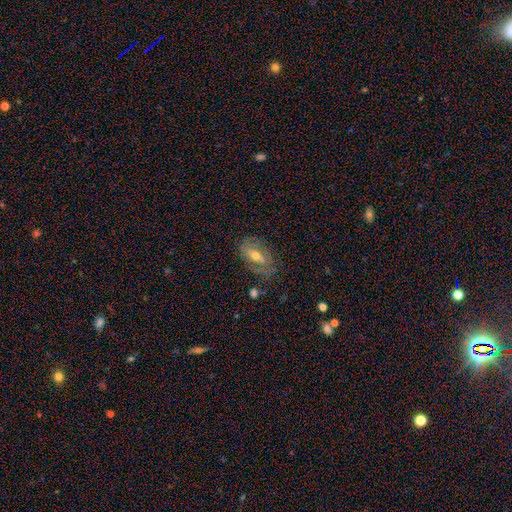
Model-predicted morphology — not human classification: This appears to be a featured or disk galaxy (62%) with a weak bar (36%), spiral arms (60%) and a moderate central bulge (62%). Merging: none (67%).